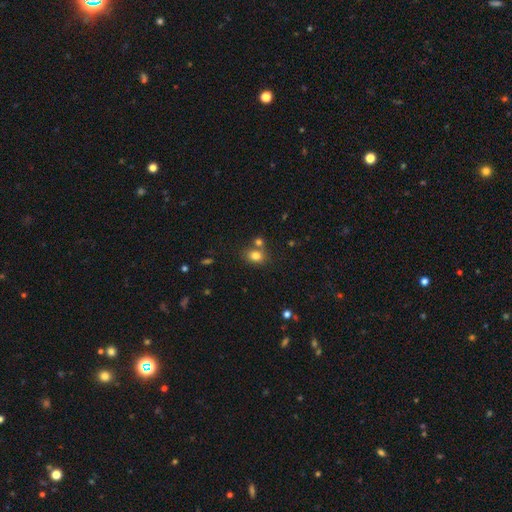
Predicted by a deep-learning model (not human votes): Smooth or featured? smooth (79%)
How rounded? round (54%)
Merging? none (60%)